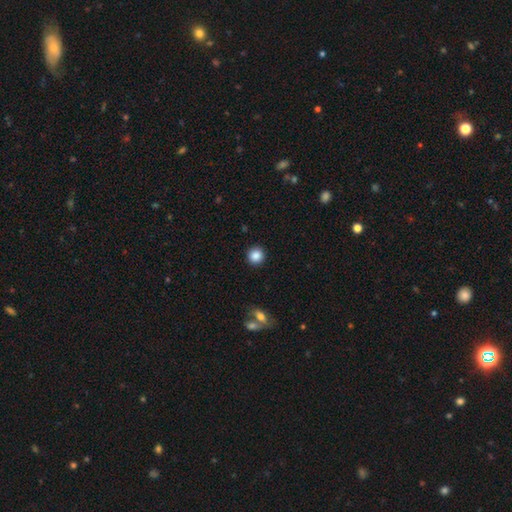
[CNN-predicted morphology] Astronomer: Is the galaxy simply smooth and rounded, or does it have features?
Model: smooth — 87%.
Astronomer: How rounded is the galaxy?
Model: round — 93%.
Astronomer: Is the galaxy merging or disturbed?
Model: none — 92%.